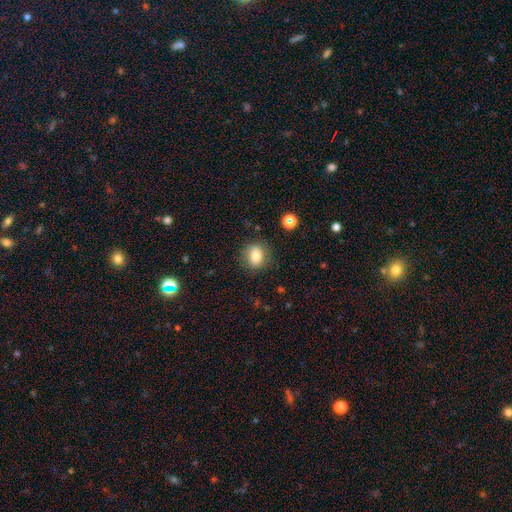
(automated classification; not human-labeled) Smooth or featured: smooth — 77% (featured or disk — 12%)
How rounded: round — 60% (in between — 39%)
Merging: none — 82% (minor disturbance — 12%)